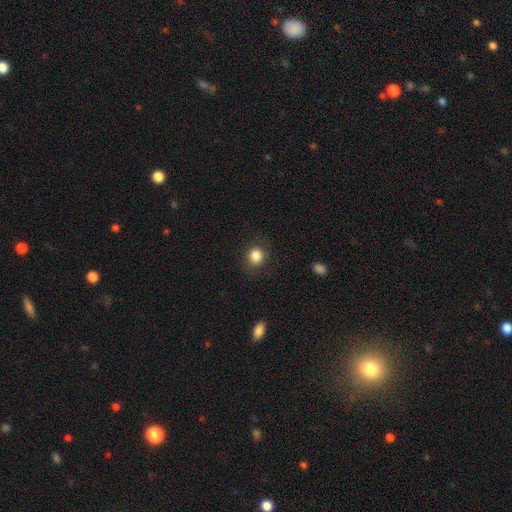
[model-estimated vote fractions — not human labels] Morphology: type=smooth (85%); roundness=round (81%); merging=none (85%).